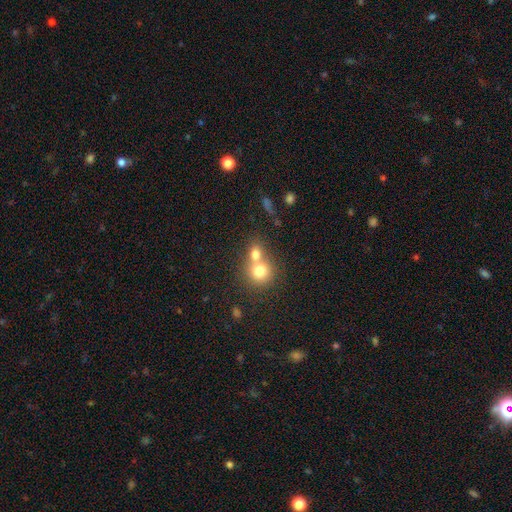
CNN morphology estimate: This appears to be a smooth galaxy with no disk features (65%) that is round (86%). Merging: none (48%).